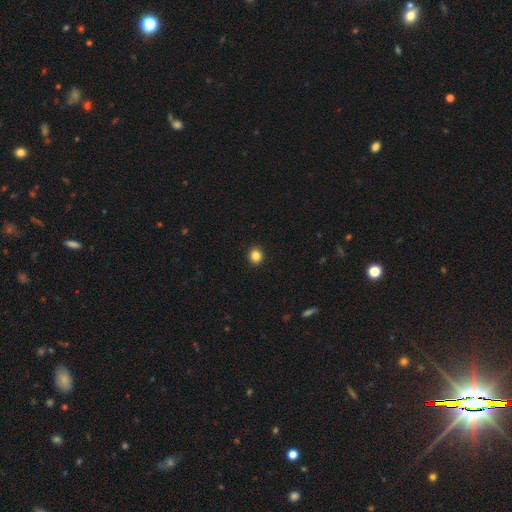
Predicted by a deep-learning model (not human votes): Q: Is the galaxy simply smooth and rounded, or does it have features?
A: smooth — 84%.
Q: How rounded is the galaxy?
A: round — 86%.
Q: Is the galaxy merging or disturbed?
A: none — 93%.